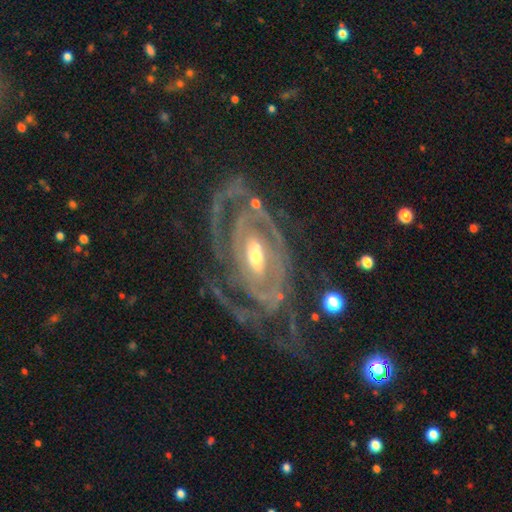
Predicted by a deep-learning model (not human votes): smooth_or_featured: featured or disk (p=0.90) [alt: smooth p=0.05]
disk_edge_on: no (p=0.96) [alt: yes p=0.04]
bar: no (p=0.40) [alt: weak p=0.36]
has_spiral_arms: yes (p=0.95) [alt: no p=0.05]
spiral_winding: tight (p=0.61) [alt: medium p=0.30]
spiral_arm_count: 2 (p=0.39) [alt: can't tell p=0.21]
bulge_size: small (p=0.47) [alt: moderate p=0.46]
merging: none (p=0.58) [alt: major disturbance p=0.21]